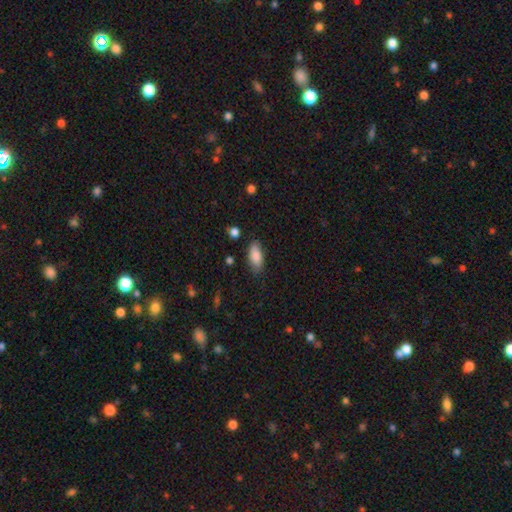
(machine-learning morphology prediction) Smooth or featured? Predicted: smooth (p=0.85). How rounded? Predicted: in between (p=0.86). Merging? Predicted: none (p=0.80).